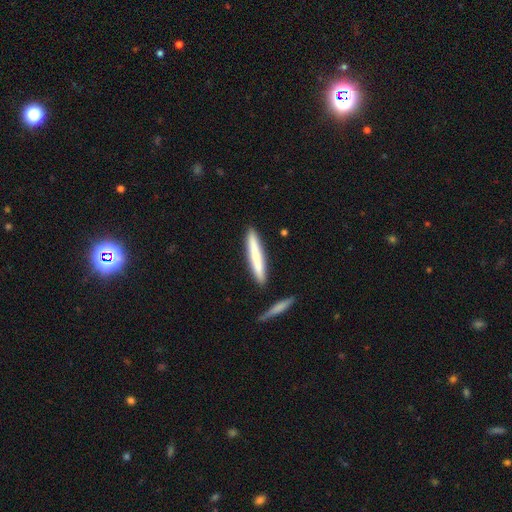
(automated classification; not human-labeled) A smooth galaxy with no disk features (61%) that is cigar-shaped (94%). Merging: none (82%).